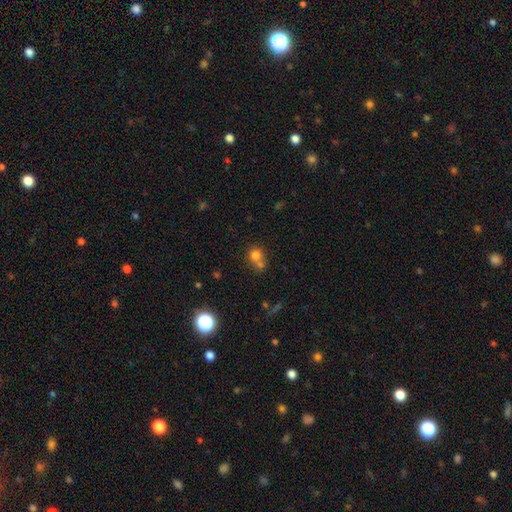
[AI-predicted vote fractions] The model was most divided on "merging": merger: 49%, none: 39%, minor disturbance: 8%, major disturbance: 4%. More confident: how rounded — round (78%); smooth or featured — smooth (74%).